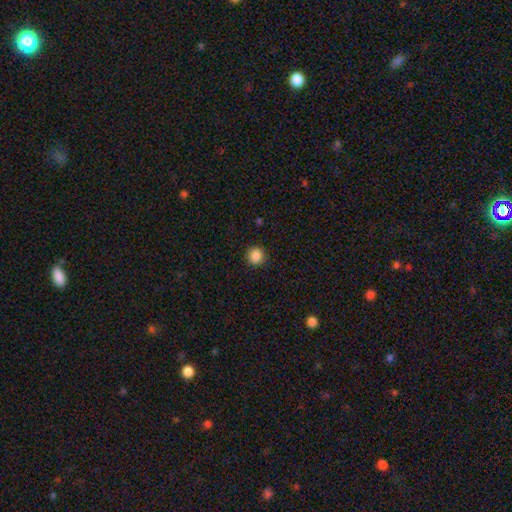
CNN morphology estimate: The model was most divided on "smooth or featured": smooth: 87%, star or artifact: 10%, featured or disk: 3%. More confident: how rounded — round (93%); merging — none (91%).